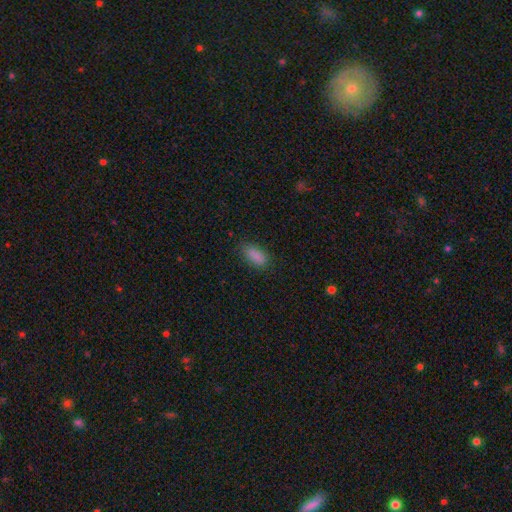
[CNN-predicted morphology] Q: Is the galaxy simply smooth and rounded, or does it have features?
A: smooth — 86%.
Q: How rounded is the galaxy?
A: in between — 87%.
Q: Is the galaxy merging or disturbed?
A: none — 76%.